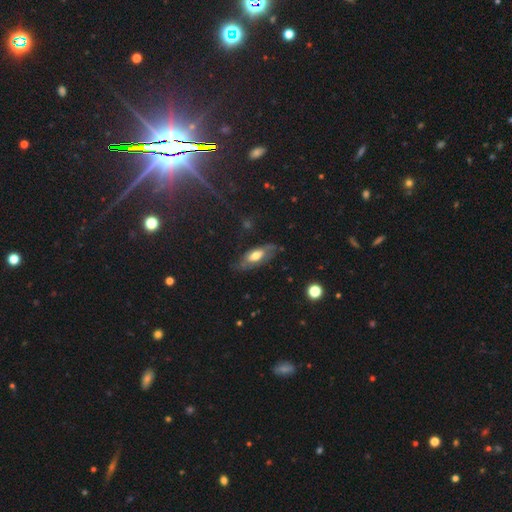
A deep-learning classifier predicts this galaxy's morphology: A featured or disk galaxy (49%).

Vote fractions:
- Smooth or featured? featured or disk: 49% / smooth: 43% / star or artifact: 8%
- Merging? none: 69% / minor disturbance: 22% / major disturbance: 7% / merger: 2%